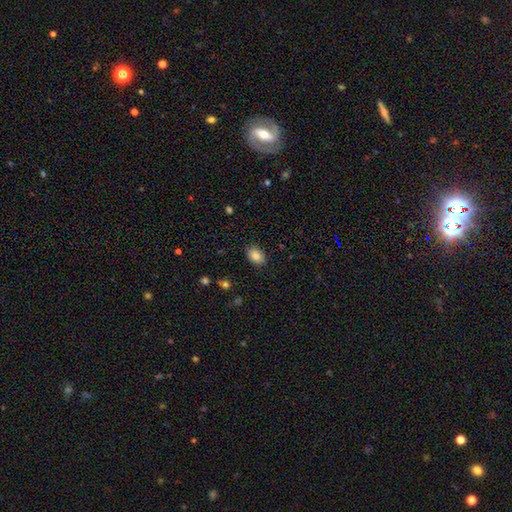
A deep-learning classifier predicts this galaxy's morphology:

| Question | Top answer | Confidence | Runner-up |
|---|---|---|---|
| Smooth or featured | smooth | 84% | star or artifact (8%) |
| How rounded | in between | 83% | round (16%) |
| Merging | none | 87% | minor disturbance (10%) |